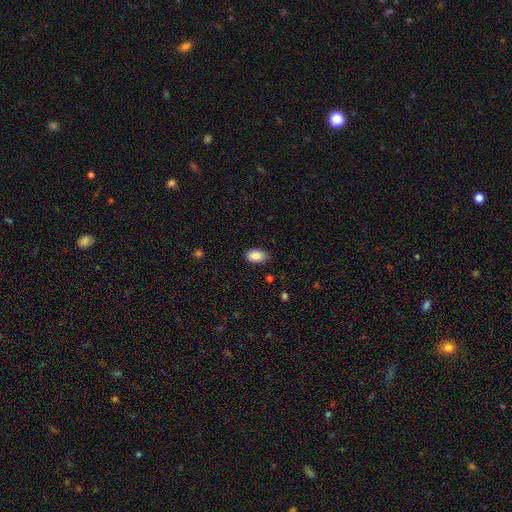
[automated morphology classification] smooth-or-featured: smooth: 89% | star or artifact: 7% | featured or disk: 4%
  how-rounded: in between: 94% | round: 4% | cigar-shaped: 2%
  merging: none: 83% | minor disturbance: 13% | major disturbance: 3% | merger: 1%